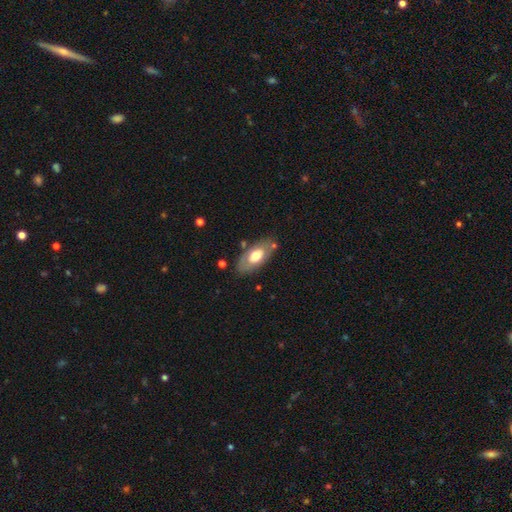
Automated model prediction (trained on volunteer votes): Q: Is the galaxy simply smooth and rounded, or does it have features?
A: smooth — 59%.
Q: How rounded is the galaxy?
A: in between — 91%.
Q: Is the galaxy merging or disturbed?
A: none — 76%.